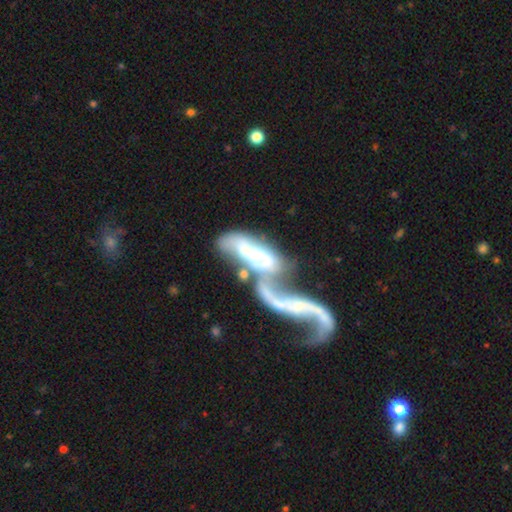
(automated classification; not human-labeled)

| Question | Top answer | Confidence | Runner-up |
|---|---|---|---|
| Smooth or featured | featured or disk | 71% | smooth (22%) |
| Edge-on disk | no | 90% | yes (10%) |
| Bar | no | 52% | weak (31%) |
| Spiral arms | yes | 69% | no (31%) |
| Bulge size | small | 50% | moderate (28%) |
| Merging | merger | 71% | major disturbance (14%) |